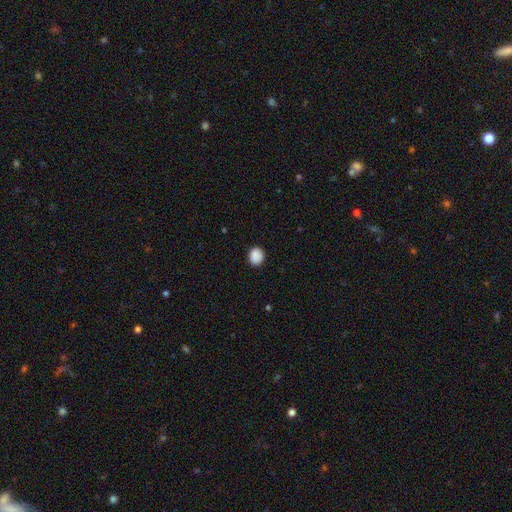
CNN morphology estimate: A smooth galaxy with no disk features (88%) that is round (74%).

Vote fractions:
- Smooth or featured? smooth: 88% / star or artifact: 8% / featured or disk: 3%
- How rounded? round: 74% / in between: 25% / cigar-shaped: 1%
- Merging? none: 87% / minor disturbance: 9% / major disturbance: 2% / merger: 1%